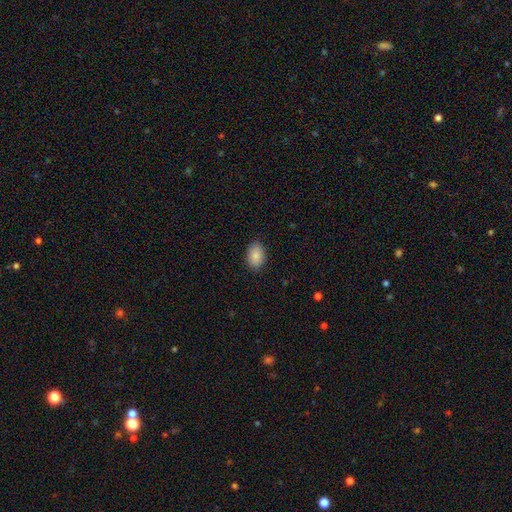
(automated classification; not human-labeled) A smooth galaxy with no disk features (88%) that is in between round and cigar-shaped (86%). Merging: none (89%).